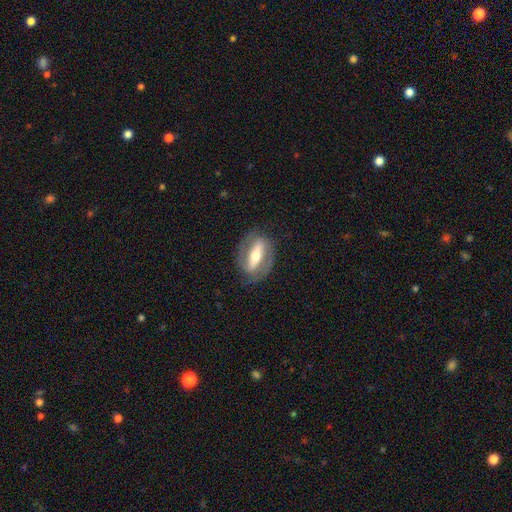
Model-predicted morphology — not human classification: featured or disk 76%, smooth 19%, star or artifact 5%. Down the decision tree: edge-on disk — no (83%); bar — strong (74%); spiral arms — yes (69%); bulge size — moderate (63%); merging — none (78%).